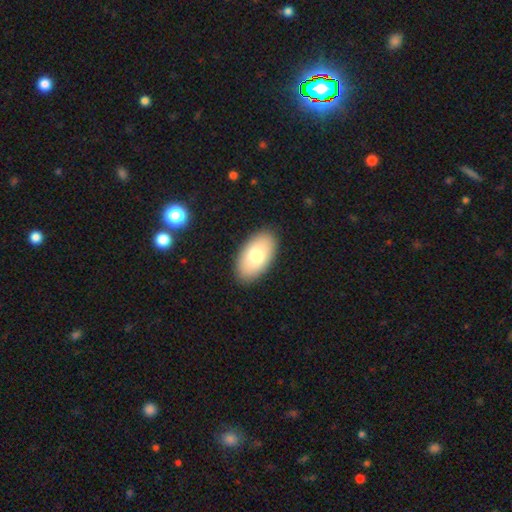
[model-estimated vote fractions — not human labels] This appears to be a smooth galaxy with no disk features (79%) that is in between round and cigar-shaped (95%). Merging: none (89%).